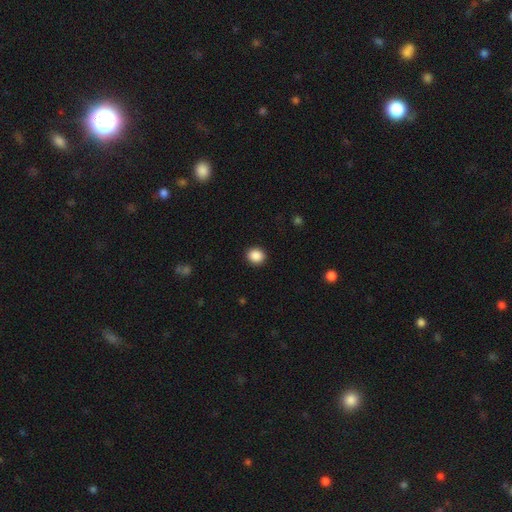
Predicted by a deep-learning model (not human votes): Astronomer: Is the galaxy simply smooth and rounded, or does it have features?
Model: smooth — 88%.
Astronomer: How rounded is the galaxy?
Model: round — 78%.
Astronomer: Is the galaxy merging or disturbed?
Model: none — 91%.